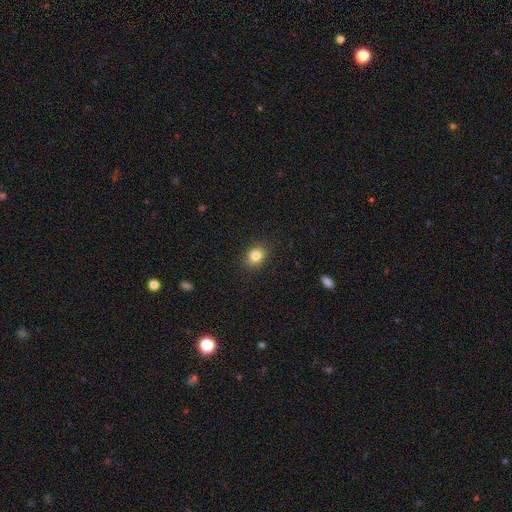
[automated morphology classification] Smooth or featured?
  - smooth: 84% *
  - star or artifact: 10%
  - featured or disk: 6%
How rounded?
  - round: 56% *
  - in between: 43%
  - cigar-shaped: 1%
Merging?
  - none: 89% *
  - minor disturbance: 8%
  - major disturbance: 2%
  - merger: 1%